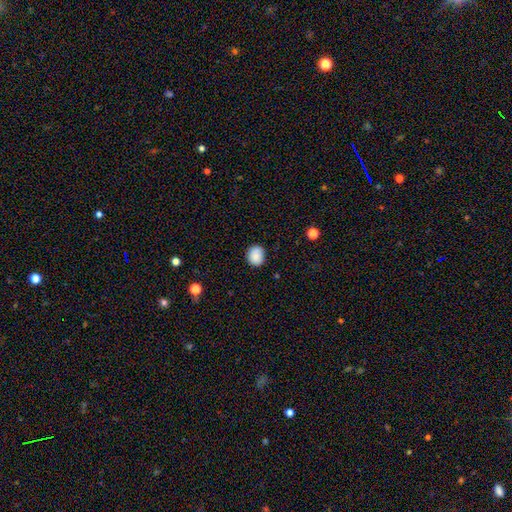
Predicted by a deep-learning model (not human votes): smooth 88%, star or artifact 8%, featured or disk 4%. Down the decision tree: how rounded — round (60%); merging — none (85%).